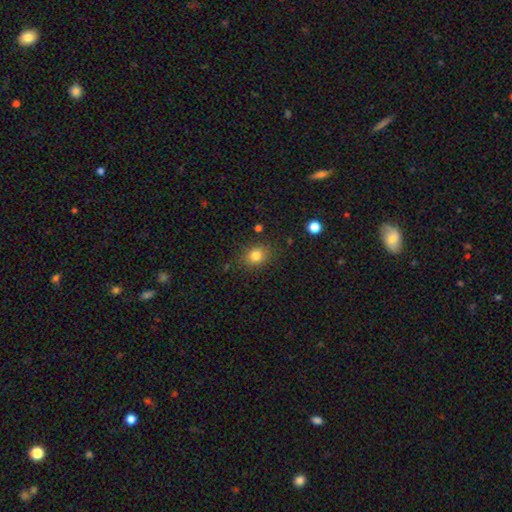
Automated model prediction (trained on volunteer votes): This is clearly a smooth galaxy (82%). How rounded: likely round (62%). Merging: clearly none (85%).